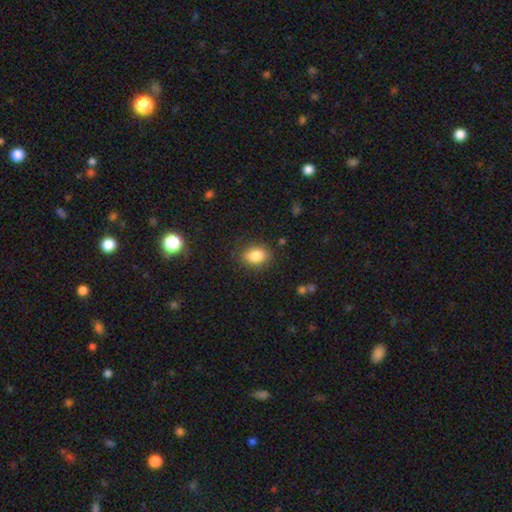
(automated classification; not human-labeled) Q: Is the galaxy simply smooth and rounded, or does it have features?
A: smooth — 84%.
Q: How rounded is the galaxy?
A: in between — 70%.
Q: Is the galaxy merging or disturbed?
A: none — 83%.